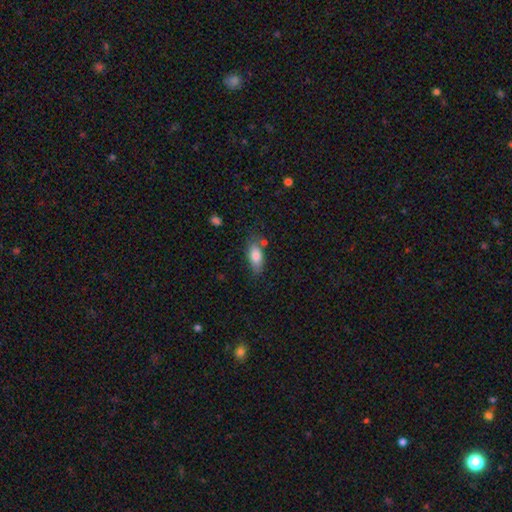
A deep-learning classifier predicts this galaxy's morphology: Q: Smooth or featured?
A: smooth (81%); runner-up: featured or disk (12%)
Q: How rounded?
A: in between (85%); runner-up: cigar-shaped (12%)
Q: Merging?
A: none (68%); runner-up: minor disturbance (19%)